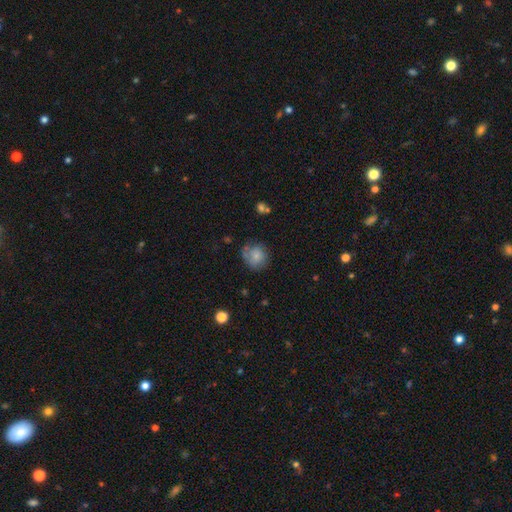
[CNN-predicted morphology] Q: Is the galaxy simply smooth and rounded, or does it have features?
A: smooth — 72%.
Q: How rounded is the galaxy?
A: round — 80%.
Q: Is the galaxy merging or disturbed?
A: none — 58%.